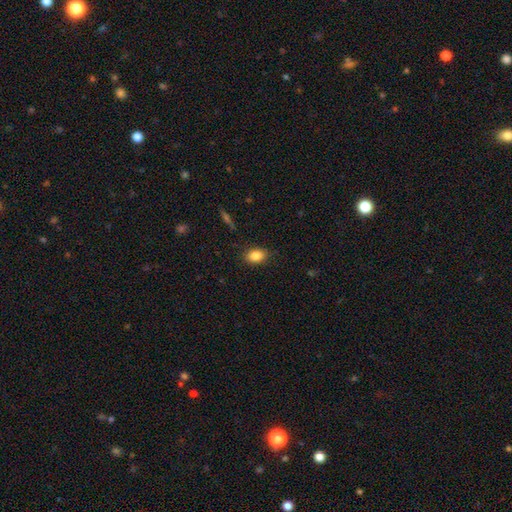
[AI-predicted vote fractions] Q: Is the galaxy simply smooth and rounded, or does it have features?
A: smooth — 85%.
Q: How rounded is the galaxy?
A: in between — 79%.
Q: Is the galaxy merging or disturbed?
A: none — 86%.